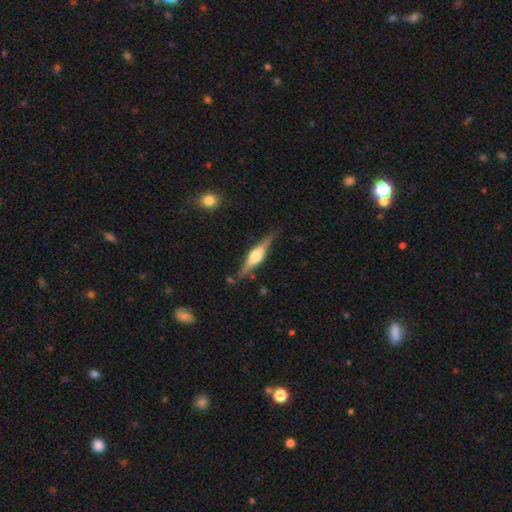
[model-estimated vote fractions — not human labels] Morphology: type=featured or disk (71%); edge-on=yes (97%); edge-on bulge=rounded (88%); merging=none (82%).